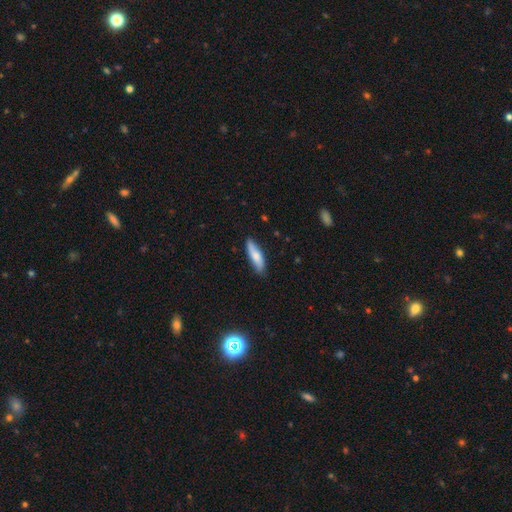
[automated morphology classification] This appears to be a smooth galaxy with no disk features (76%) that is cigar-shaped (63%). Merging: none (83%).